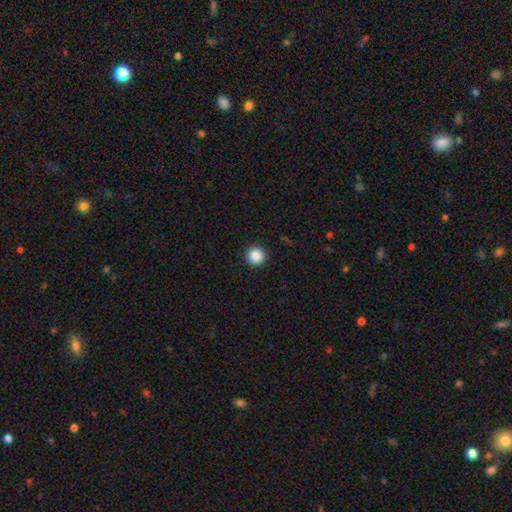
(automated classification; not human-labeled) smooth_or_featured: smooth (p=0.88) [alt: star or artifact p=0.09]
how_rounded: round (p=0.96) [alt: in between p=0.03]
merging: none (p=0.93) [alt: minor disturbance p=0.05]